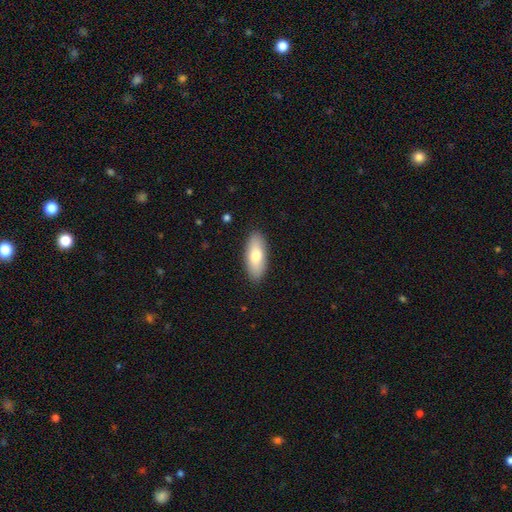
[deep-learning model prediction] smooth_or_featured: smooth (p=0.74) [alt: featured or disk p=0.20]
how_rounded: in between (p=0.78) [alt: cigar-shaped p=0.20]
merging: none (p=0.88) [alt: minor disturbance p=0.09]